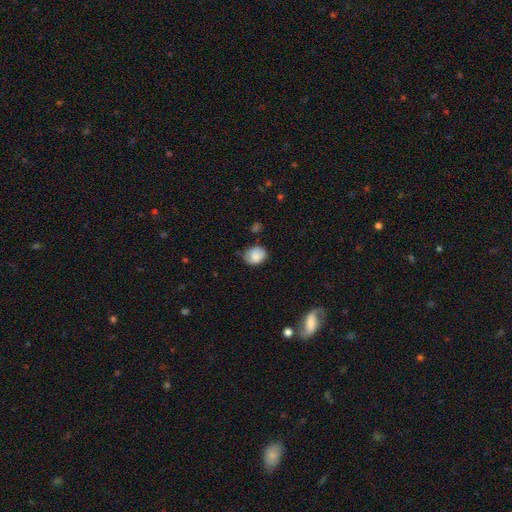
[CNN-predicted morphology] Smooth or featured: smooth — 82% (featured or disk — 10%)
How rounded: round — 50% (in between — 49%)
Merging: none — 67% (minor disturbance — 26%)